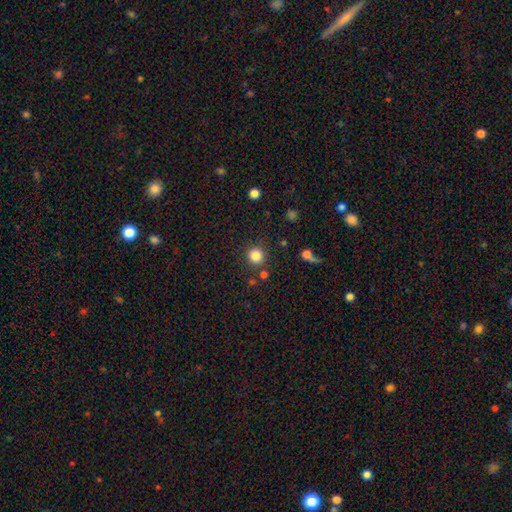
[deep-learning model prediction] This is clearly a smooth galaxy (84%). How rounded: clearly round (93%). Merging: clearly none (85%).